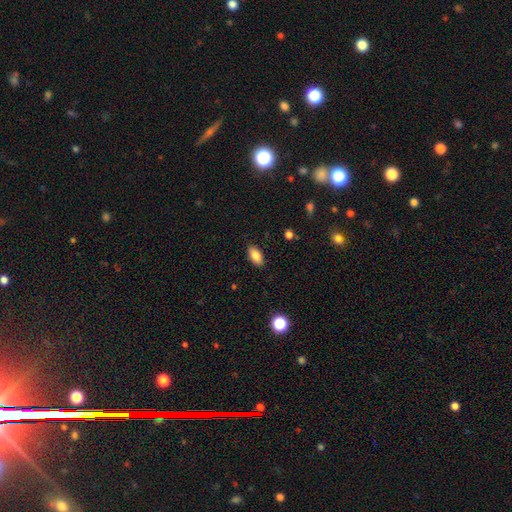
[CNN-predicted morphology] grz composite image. It shows a smooth galaxy with no disk features (84%) that is in between round and cigar-shaped (90%). Merging: none (88%).